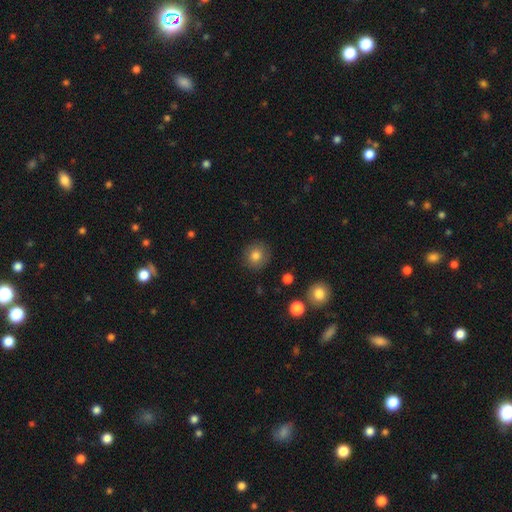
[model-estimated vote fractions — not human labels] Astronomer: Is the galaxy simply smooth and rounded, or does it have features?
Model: smooth — 82%.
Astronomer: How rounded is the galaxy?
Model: round — 90%.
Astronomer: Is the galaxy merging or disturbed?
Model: none — 89%.